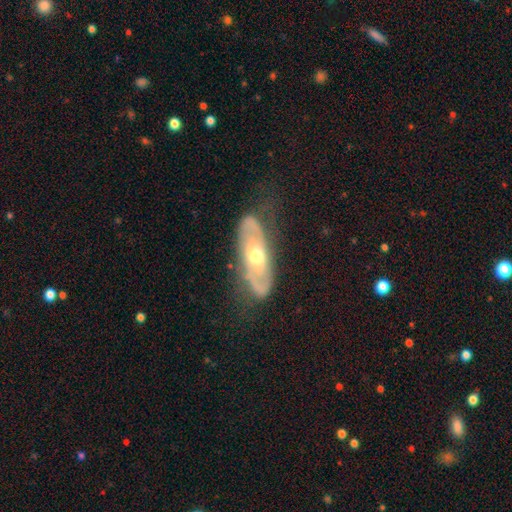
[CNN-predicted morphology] This is likely a featured or disk galaxy (72%). It is clearly not viewed edge-on (84%). Bar: likely no (68%). Spiral arm pattern: likely yes (72%). Central bulge: likely moderate (72%). Merging: likely none (68%).